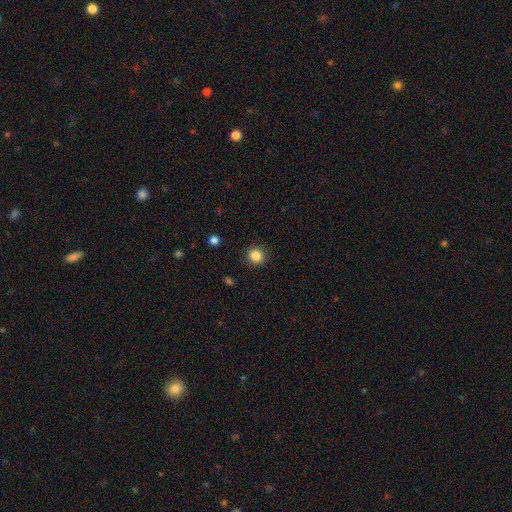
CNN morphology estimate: Overall: smooth (86%). How rounded: round (86%). Merging: none (90%).